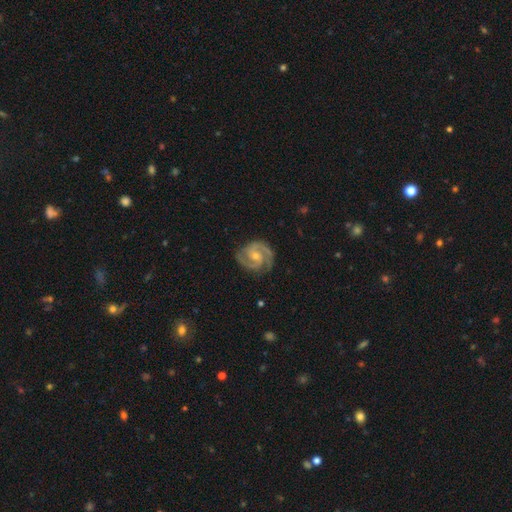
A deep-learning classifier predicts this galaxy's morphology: Smooth or featured: featured or disk — 92% (star or artifact — 4%)
Edge-on disk: no — 98% (yes — 2%)
Bar: no — 43% (weak — 42%)
Spiral arms: yes — 98% (no — 2%)
Spiral winding: tight — 48% (medium — 46%)
Spiral arm count: 2 — 89% (3 — 5%)
Bulge size: moderate — 48% (tied with small — 48%)
Merging: none — 83% (minor disturbance — 13%)